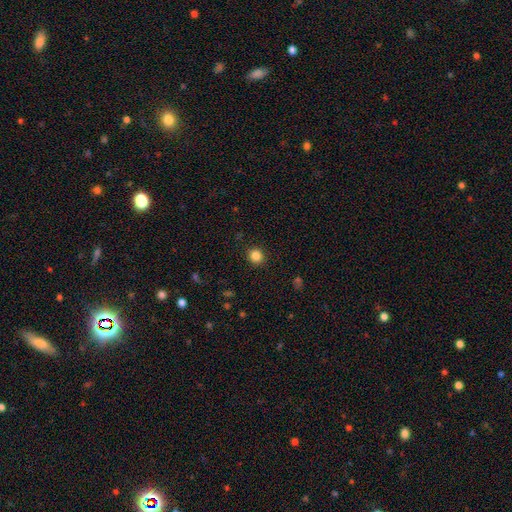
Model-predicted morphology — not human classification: smooth-or-featured: smooth: 85% | star or artifact: 11% | featured or disk: 4%
  how-rounded: round: 88% | in between: 11% | cigar-shaped: 1%
  merging: none: 91% | minor disturbance: 6% | major disturbance: 2% | merger: 1%